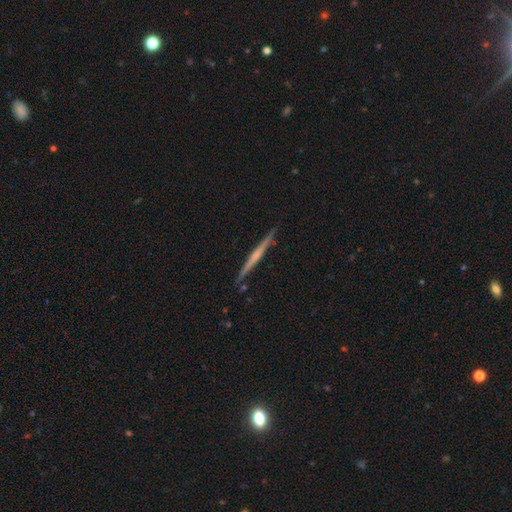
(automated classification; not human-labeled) A featured or disk galaxy (65%) viewed edge-on (98%) with no central bulge (61%).

Vote fractions:
- Smooth or featured? featured or disk: 65% / smooth: 30% / star or artifact: 5%
- Edge-on disk? yes: 98% / no: 2%
- Edge-on bulge? none: 61% / rounded: 29% / boxy: 10%
- Merging? none: 90% / minor disturbance: 7% / merger: 1% / major disturbance: 1%